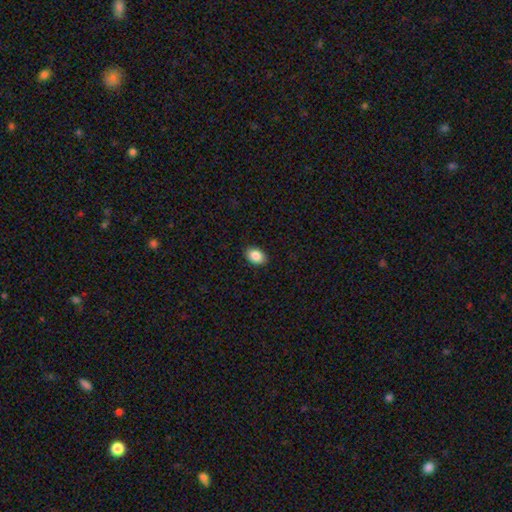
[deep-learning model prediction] Smooth or featured: smooth — 87% (star or artifact — 8%)
How rounded: in between — 81% (round — 18%)
Merging: none — 89% (minor disturbance — 8%)